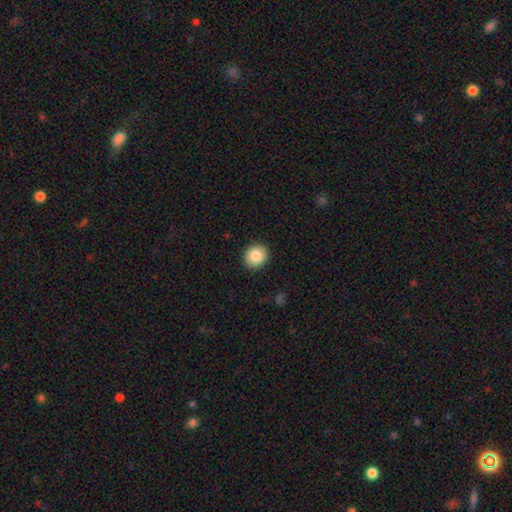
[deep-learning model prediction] Overall: smooth (86%). How rounded: round (77%). Merging: none (91%).